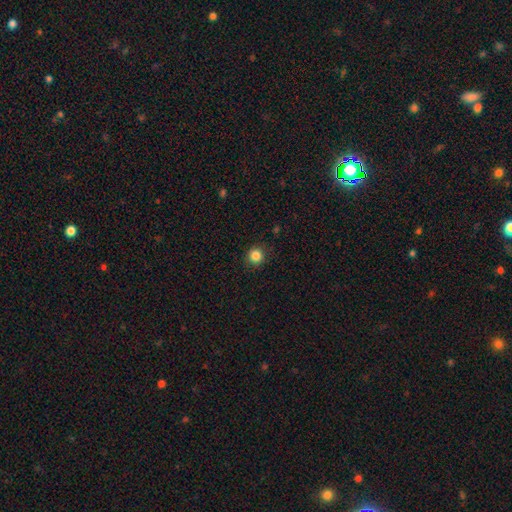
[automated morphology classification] This appears to be a smooth galaxy with no disk features (85%) that is round (92%). Merging: none (90%).